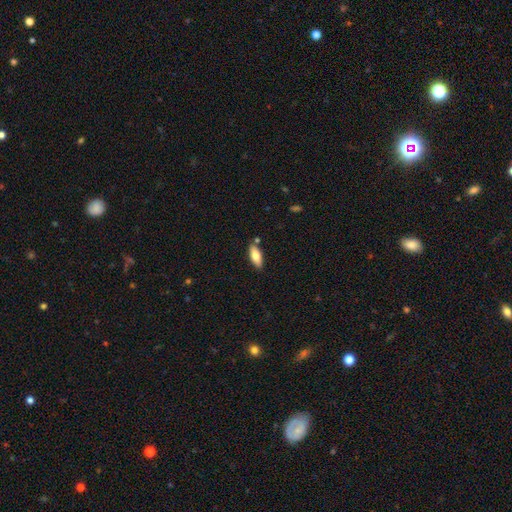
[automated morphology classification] Smooth or featured? Predicted: smooth (p=0.75). How rounded? Predicted: in between (p=0.73). Merging? Predicted: none (p=0.83).